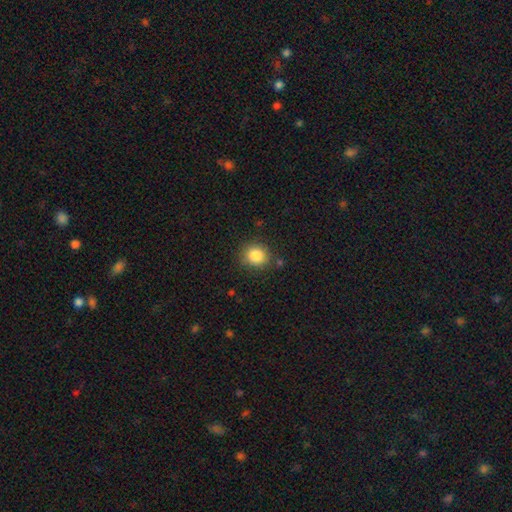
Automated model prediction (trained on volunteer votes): smooth-or-featured: smooth: 85% | star or artifact: 10% | featured or disk: 5%
  how-rounded: round: 81% | in between: 18% | cigar-shaped: 1%
  merging: none: 84% | minor disturbance: 11% | major disturbance: 3% | merger: 3%